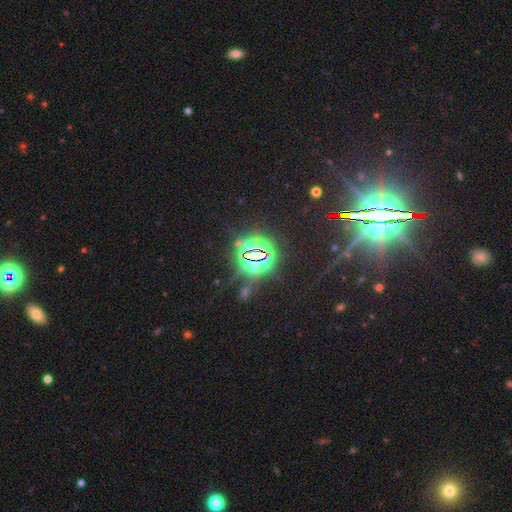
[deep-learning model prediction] This is clearly a star or artifact rather than a galaxy (85%).